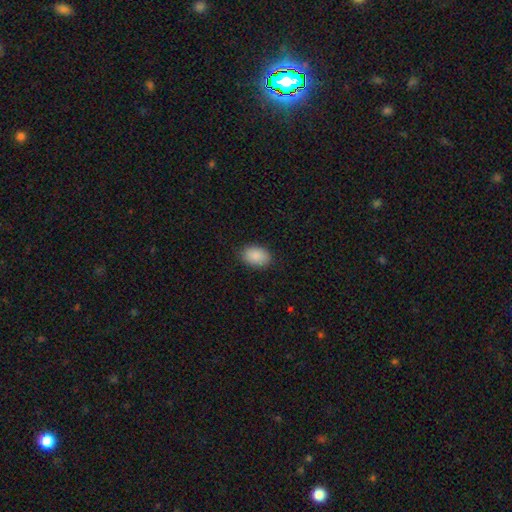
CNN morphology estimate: A smooth galaxy with no disk features (89%) that is in between round and cigar-shaped (86%). Merging: none (86%).